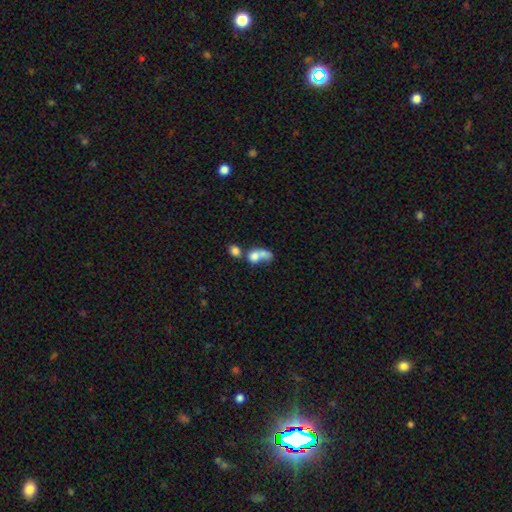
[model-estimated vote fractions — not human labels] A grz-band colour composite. It shows a smooth galaxy with no disk features (70%) that is in between round and cigar-shaped (52%). Merging: merger (68%).